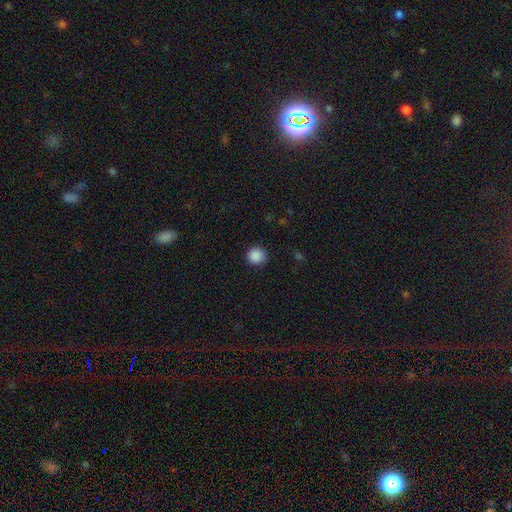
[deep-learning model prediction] The model was most divided on "smooth or featured": smooth: 88%, star or artifact: 9%, featured or disk: 3%. More confident: how rounded — round (92%); merging — none (90%).